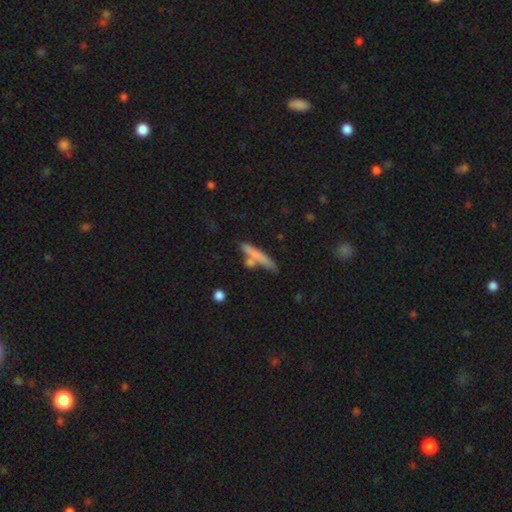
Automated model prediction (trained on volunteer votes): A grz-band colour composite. It shows a smooth galaxy with no disk features (67%) that is cigar-shaped (91%). Merging: none (64%).